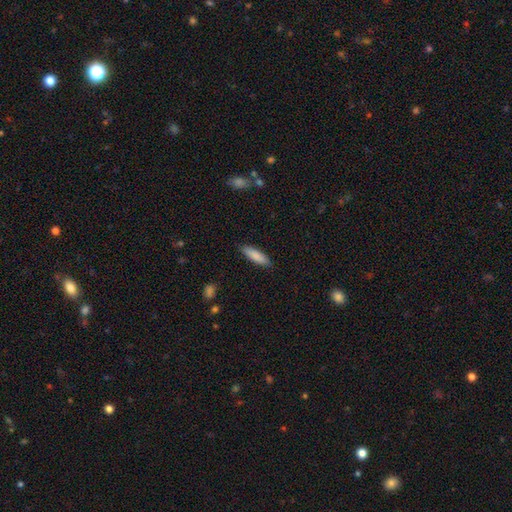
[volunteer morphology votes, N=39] Overall: smooth (97%). How rounded: cigar-shaped (63%; in between 37%). Merging: none (95%).